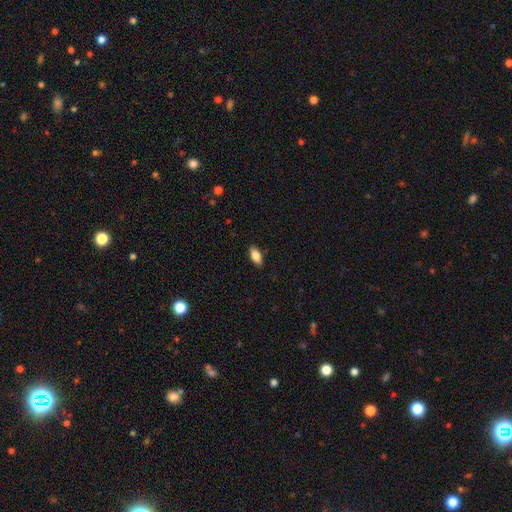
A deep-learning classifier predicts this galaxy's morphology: Smooth or featured?
  - smooth: 82% *
  - featured or disk: 11%
  - star or artifact: 7%
How rounded?
  - in between: 87% *
  - cigar-shaped: 10%
  - round: 3%
Merging?
  - none: 88% *
  - minor disturbance: 9%
  - major disturbance: 2%
  - merger: 1%